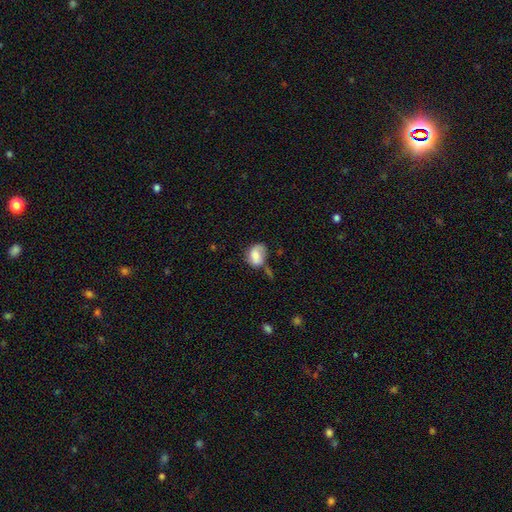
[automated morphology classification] Smooth or featured? smooth (66%)
How rounded? in between (55%)
Merging? none (40%)